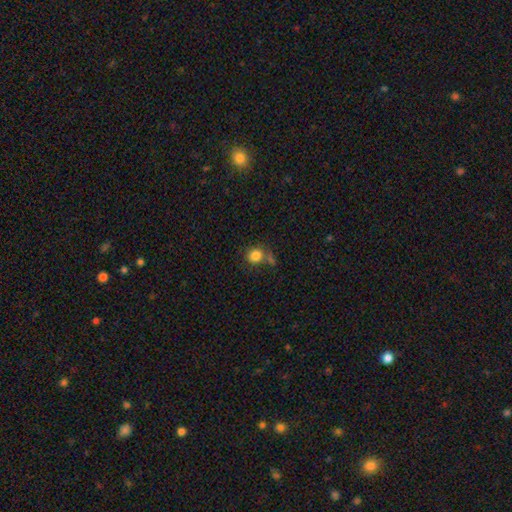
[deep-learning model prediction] Smooth or featured: smooth — 84% (star or artifact — 10%)
How rounded: round — 86% (in between — 13%)
Merging: none — 64% (minor disturbance — 15%)